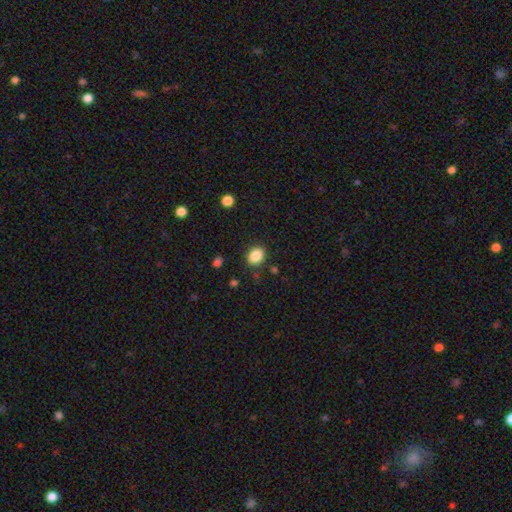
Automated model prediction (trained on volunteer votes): This is clearly a smooth galaxy (87%). How rounded: possibly in between (56%). Merging: clearly none (84%).